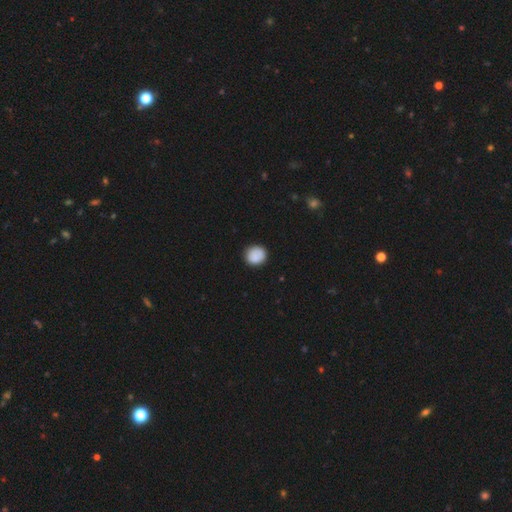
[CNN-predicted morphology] smooth 88%, star or artifact 7%, featured or disk 5%. Down the decision tree: how rounded — round (85%); merging — none (88%).